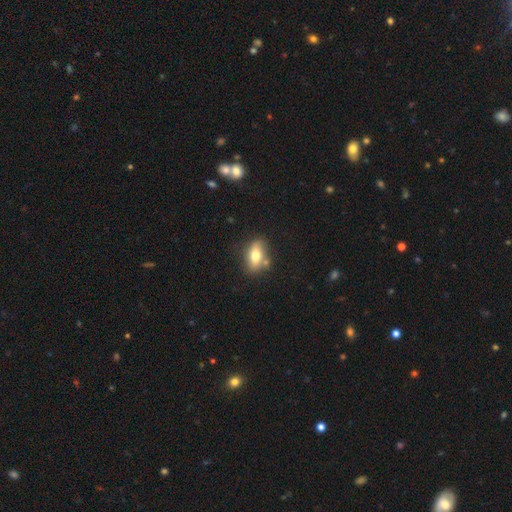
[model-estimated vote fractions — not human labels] smooth_or_featured: smooth (p=0.72) [alt: featured or disk p=0.20]
how_rounded: in between (p=0.83) [alt: round p=0.12]
merging: none (p=0.70) [alt: minor disturbance p=0.17]